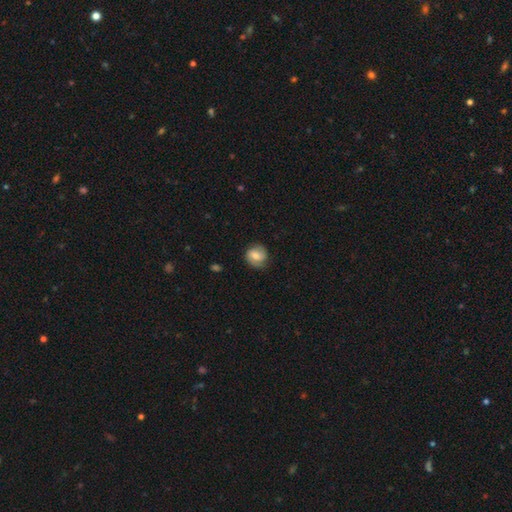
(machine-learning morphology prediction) A smooth galaxy with no disk features (54%) that is round (81%).

Vote fractions:
- Smooth or featured? smooth: 54% / featured or disk: 38% / star or artifact: 8%
- How rounded? round: 81% / in between: 18% / cigar-shaped: 1%
- Merging? none: 75% / minor disturbance: 18% / major disturbance: 5% / merger: 1%